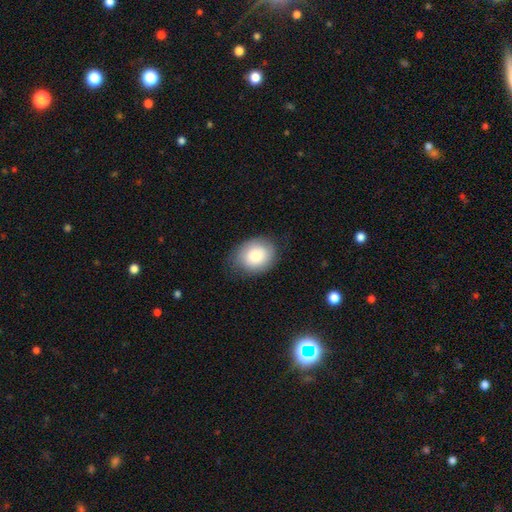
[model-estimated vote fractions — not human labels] The model was most divided on "how rounded": in between: 53%, round: 46%, cigar-shaped: 1%. More confident: smooth or featured — smooth (81%); merging — none (76%).